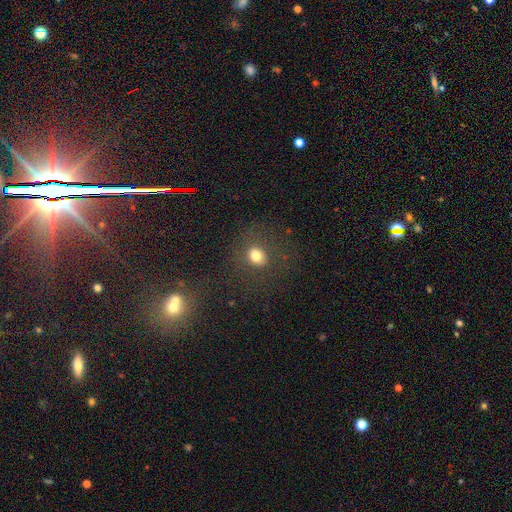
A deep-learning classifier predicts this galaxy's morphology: This appears to be a smooth galaxy with no disk features (75%) that is round (68%). Merging: none (80%).